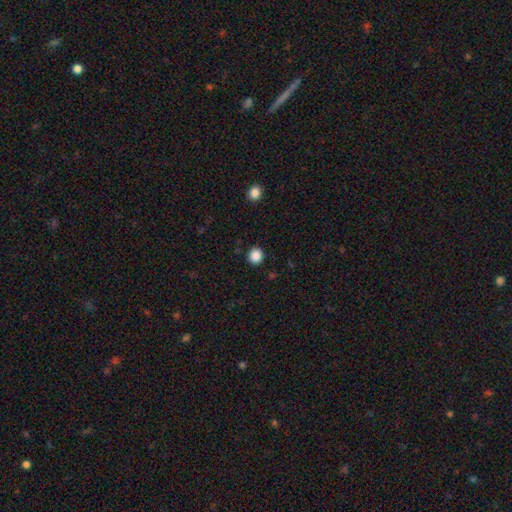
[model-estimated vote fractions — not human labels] Morphology: type=smooth (88%); roundness=round (89%); merging=none (91%).